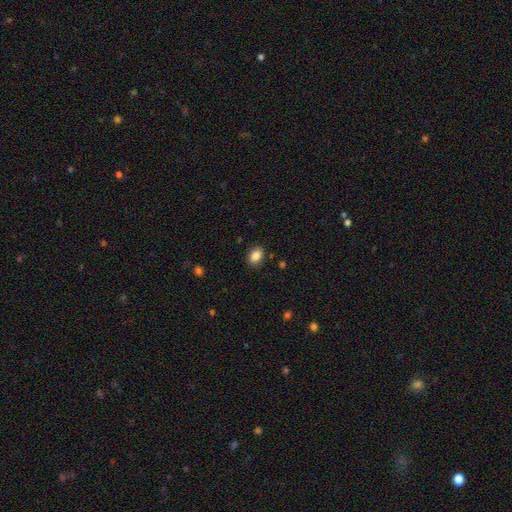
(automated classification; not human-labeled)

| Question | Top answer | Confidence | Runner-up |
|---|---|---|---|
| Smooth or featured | smooth | 87% | star or artifact (9%) |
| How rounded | in between | 79% | round (20%) |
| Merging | none | 86% | minor disturbance (10%) |